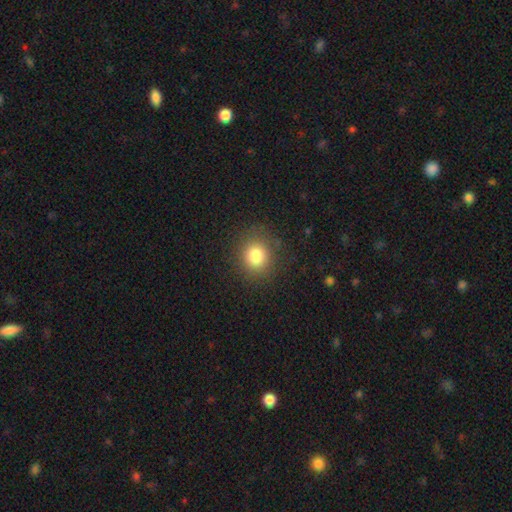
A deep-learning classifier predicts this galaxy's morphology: smooth_or_featured: smooth (p=0.82) [alt: star or artifact p=0.12]
how_rounded: round (p=0.80) [alt: in between p=0.20]
merging: none (p=0.86) [alt: minor disturbance p=0.09]